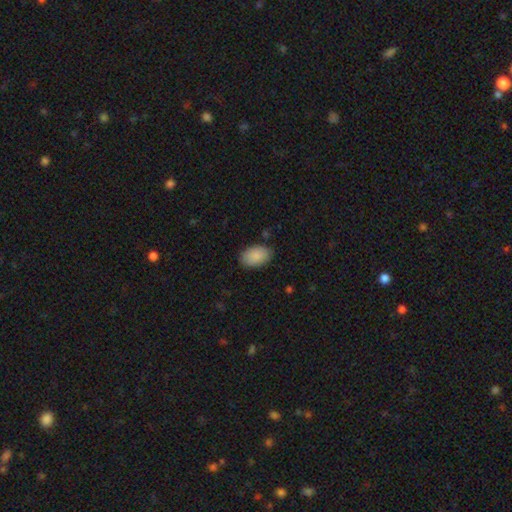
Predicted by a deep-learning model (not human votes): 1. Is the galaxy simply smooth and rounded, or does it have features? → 89% smooth, 6% star or artifact, 5% featured or disk.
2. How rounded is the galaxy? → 93% in between, 6% round, 1% cigar-shaped.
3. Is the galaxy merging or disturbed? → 85% none, 12% minor disturbance, 2% major disturbance, 1% merger.